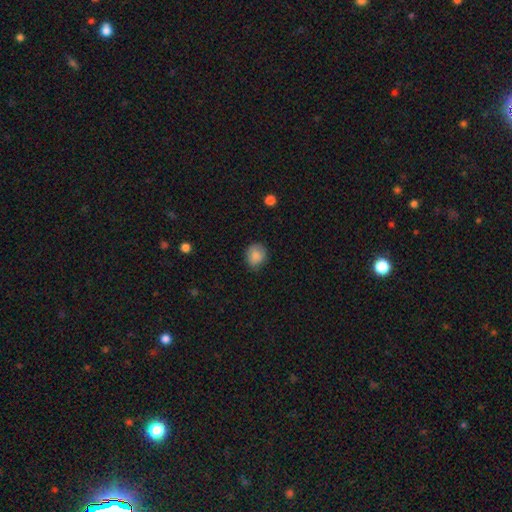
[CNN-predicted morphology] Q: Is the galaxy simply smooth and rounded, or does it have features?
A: smooth — 86%.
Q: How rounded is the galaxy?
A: round — 74%.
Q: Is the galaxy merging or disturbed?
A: none — 75%.